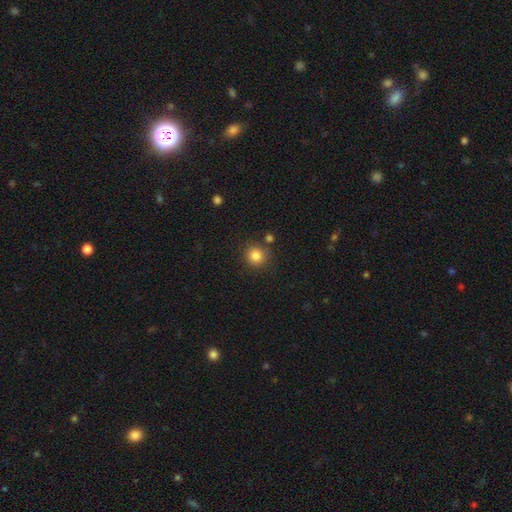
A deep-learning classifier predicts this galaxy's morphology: This is clearly a smooth galaxy (84%). How rounded: clearly round (91%). Merging: clearly none (82%).